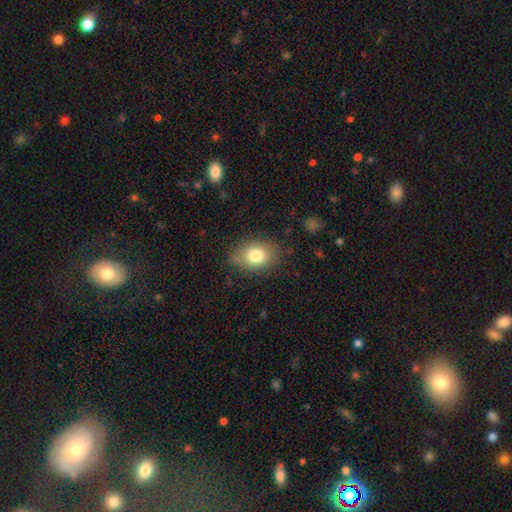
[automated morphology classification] This is likely a smooth galaxy (78%). How rounded: likely in between (68%). Merging: likely none (78%).